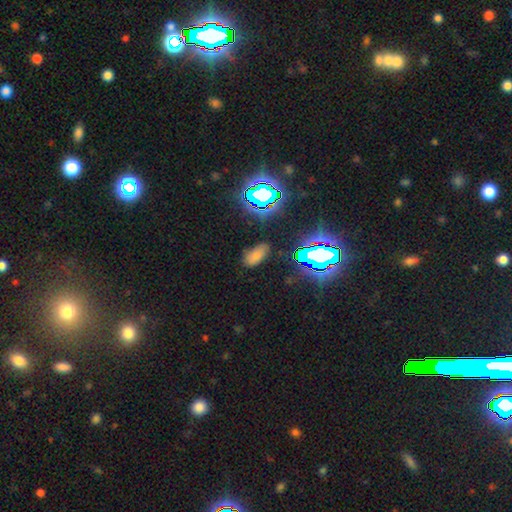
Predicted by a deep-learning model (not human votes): Morphology: type=smooth (62%); roundness=in between (91%); merging=none (78%).